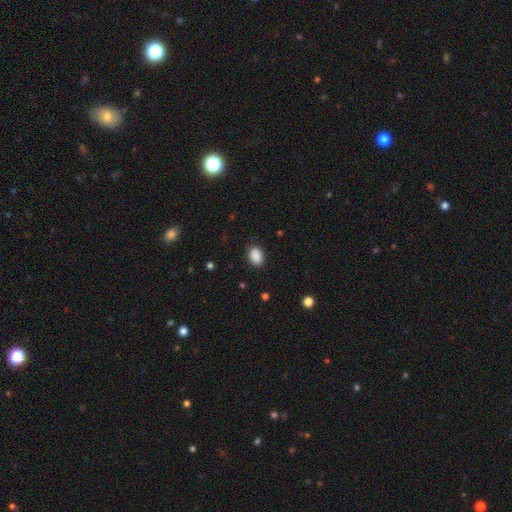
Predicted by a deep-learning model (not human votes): Morphology: type=smooth (89%); roundness=in between (83%); merging=none (84%).